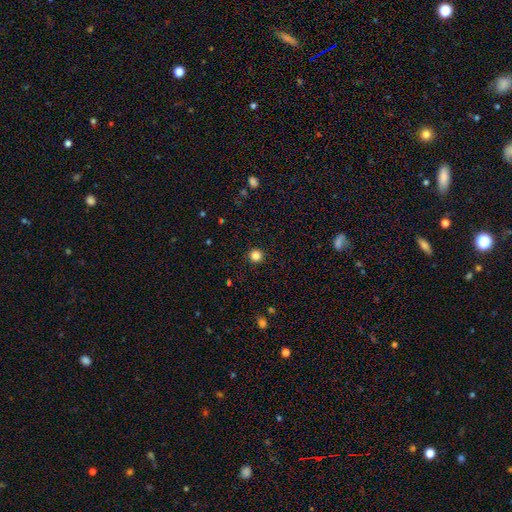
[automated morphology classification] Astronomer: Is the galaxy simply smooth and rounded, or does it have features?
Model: smooth — 84%.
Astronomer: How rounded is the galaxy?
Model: round — 95%.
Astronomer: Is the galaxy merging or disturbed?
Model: none — 93%.